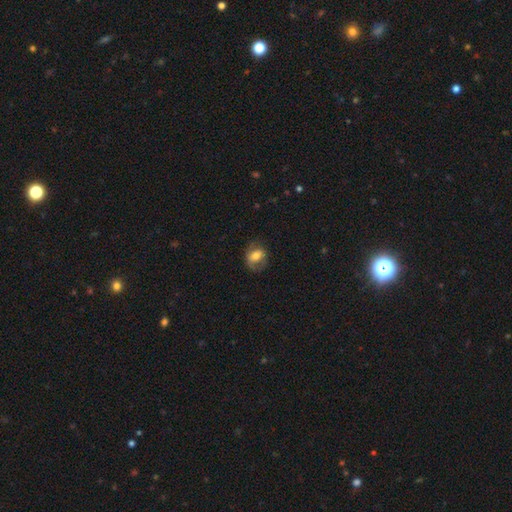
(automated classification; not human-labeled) This is possibly a smooth galaxy (59%). How rounded: likely in between (60%). Merging: likely none (64%).